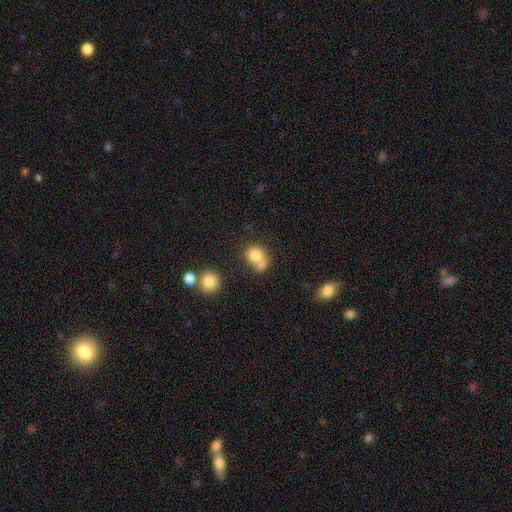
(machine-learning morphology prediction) Smooth or featured: smooth — 77% (featured or disk — 12%)
How rounded: round — 71% (in between — 28%)
Merging: merger — 46% (none — 38%)